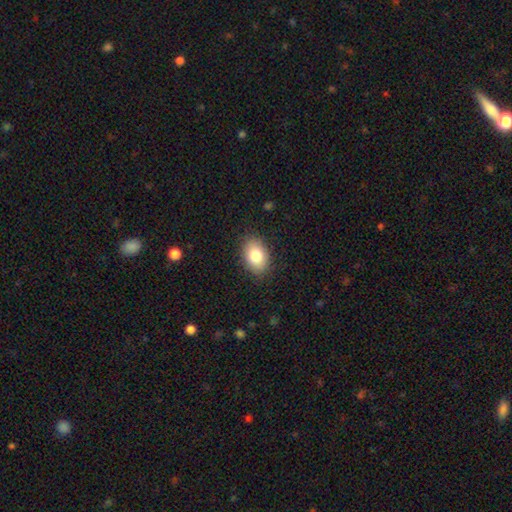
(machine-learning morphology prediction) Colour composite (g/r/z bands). It shows a smooth galaxy with no disk features (83%) that is in between round and cigar-shaped (85%). Merging: none (86%).